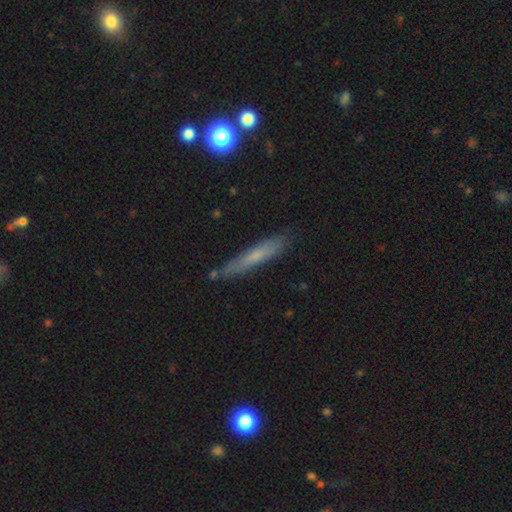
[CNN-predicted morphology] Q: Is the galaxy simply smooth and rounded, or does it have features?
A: smooth — 62%.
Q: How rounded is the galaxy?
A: cigar-shaped — 92%.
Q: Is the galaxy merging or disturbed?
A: none — 81%.